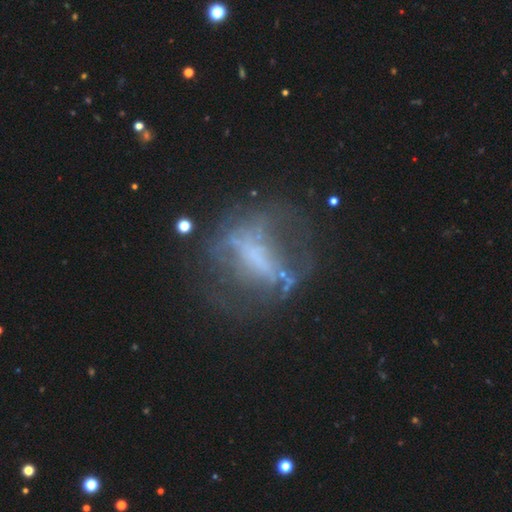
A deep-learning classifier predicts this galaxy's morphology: Smooth or featured? Predicted: featured or disk (p=0.62). Edge-on disk? Predicted: no (p=0.88). Bar? Predicted: no (p=0.48). Spiral arms? Predicted: no (p=0.76). Bulge size? Predicted: none (p=0.61). Merging? Predicted: none (p=0.48).